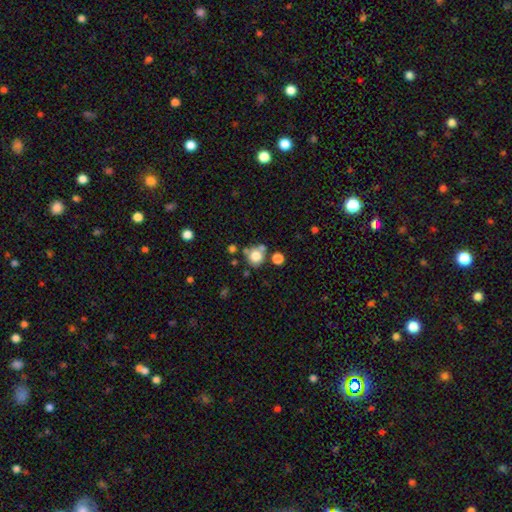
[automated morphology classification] smooth-or-featured: smooth: 79% | star or artifact: 11% | featured or disk: 10%
  how-rounded: round: 87% | in between: 12% | cigar-shaped: 1%
  merging: none: 63% | merger: 20% | minor disturbance: 12% | major disturbance: 4%